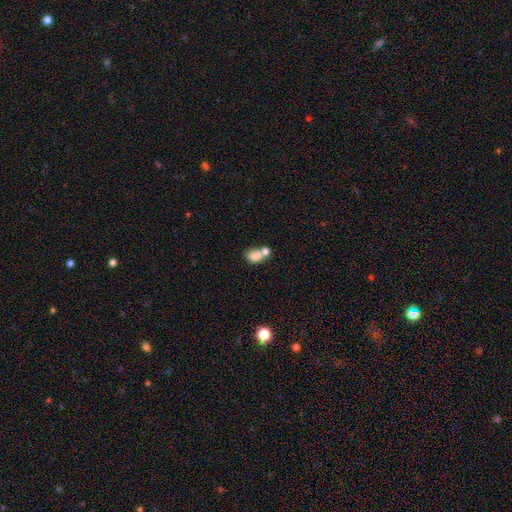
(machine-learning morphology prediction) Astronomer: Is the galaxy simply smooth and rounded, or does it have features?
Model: smooth — 81%.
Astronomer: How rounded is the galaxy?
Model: in between — 68%.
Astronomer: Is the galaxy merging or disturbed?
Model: merger — 48% (runner-up: none, 36%).